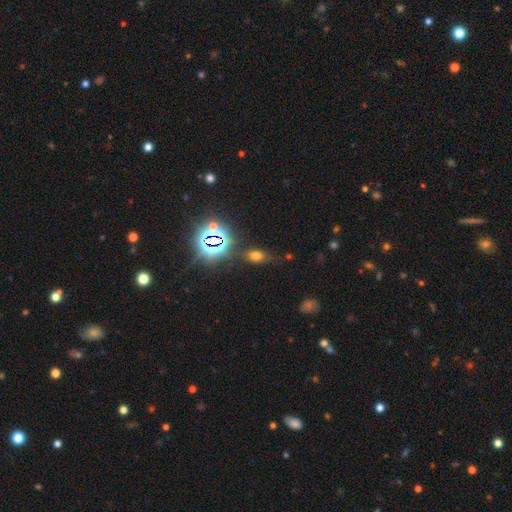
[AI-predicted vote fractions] A smooth galaxy with no disk features (57%) that is in between round and cigar-shaped (82%).

Vote fractions:
- Smooth or featured? smooth: 57% / star or artifact: 33% / featured or disk: 10%
- How rounded? in between: 82% / round: 14% / cigar-shaped: 4%
- Merging? none: 72% / minor disturbance: 17% / major disturbance: 6% / merger: 5%